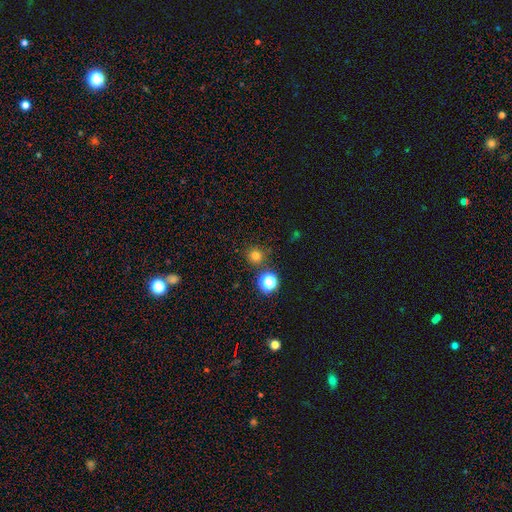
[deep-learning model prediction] This appears to be a smooth galaxy with no disk features (74%) that is round (94%). Merging: none (85%).